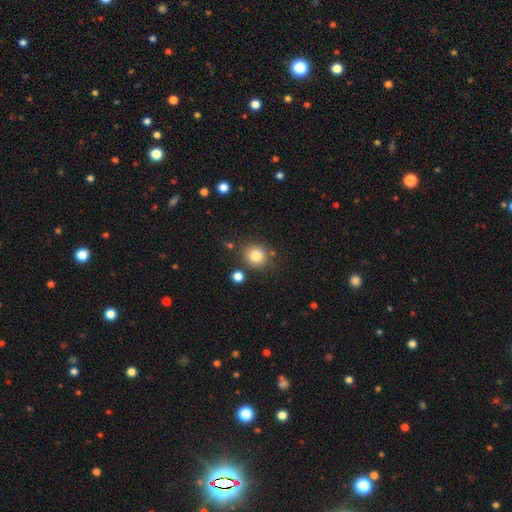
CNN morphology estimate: This is clearly a smooth galaxy (81%). How rounded: likely round (76%). Merging: likely none (79%).